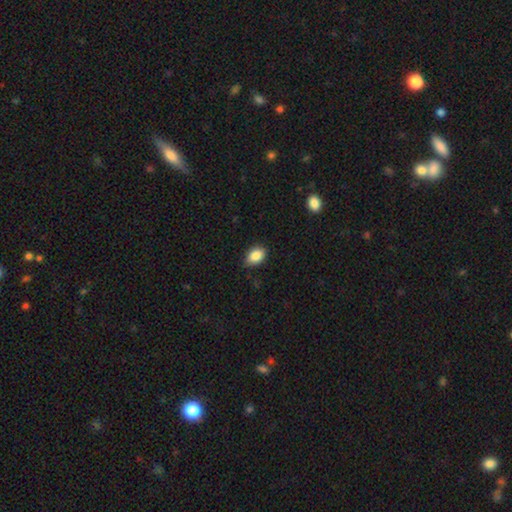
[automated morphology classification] A smooth galaxy with no disk features (87%) that is in between round and cigar-shaped (83%).

Vote fractions:
- Smooth or featured? smooth: 87% / star or artifact: 8% / featured or disk: 5%
- How rounded? in between: 83% / round: 15% / cigar-shaped: 1%
- Merging? none: 79% / minor disturbance: 17% / major disturbance: 3% / merger: 1%